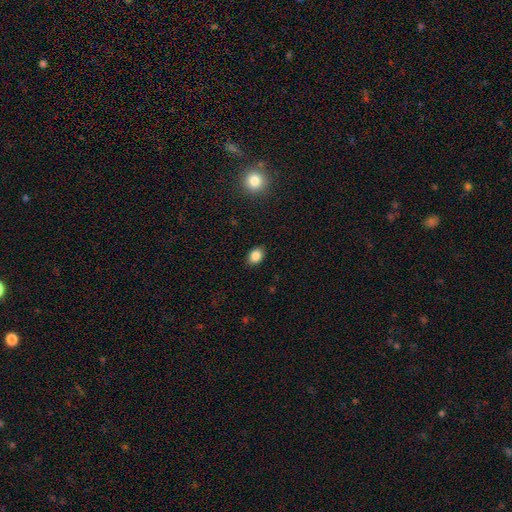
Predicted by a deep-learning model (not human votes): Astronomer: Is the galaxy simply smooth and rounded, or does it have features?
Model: smooth — 86%.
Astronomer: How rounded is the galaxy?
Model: in between — 76%.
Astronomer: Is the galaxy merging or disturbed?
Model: none — 87%.